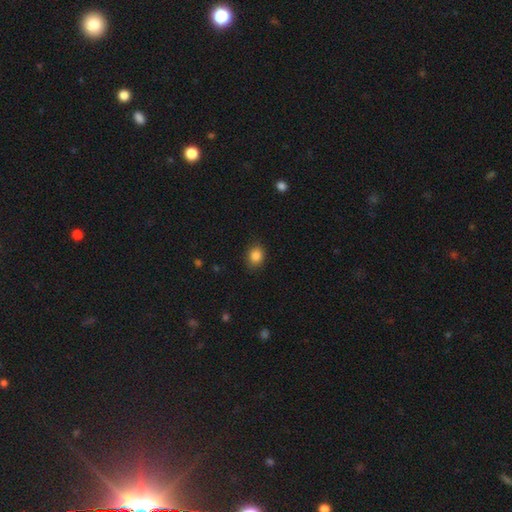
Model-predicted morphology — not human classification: This is clearly a smooth galaxy (86%). How rounded: possibly round (57%). Merging: clearly none (85%).